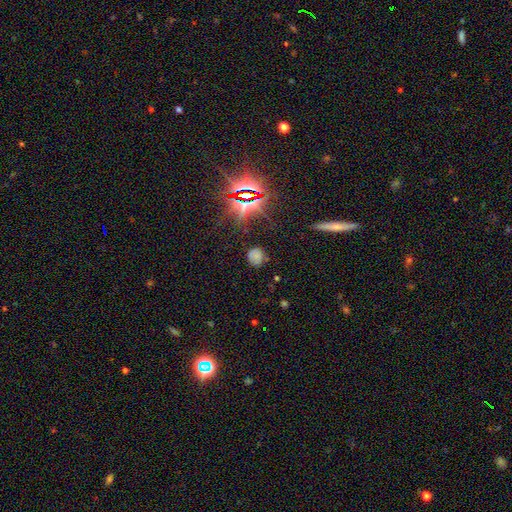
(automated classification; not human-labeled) A smooth galaxy with no disk features (61%) that is round (75%).

Vote fractions:
- Smooth or featured? smooth: 61% / star or artifact: 28% / featured or disk: 11%
- How rounded? round: 75% / in between: 24% / cigar-shaped: 1%
- Merging? none: 75% / minor disturbance: 17% / major disturbance: 6% / merger: 2%